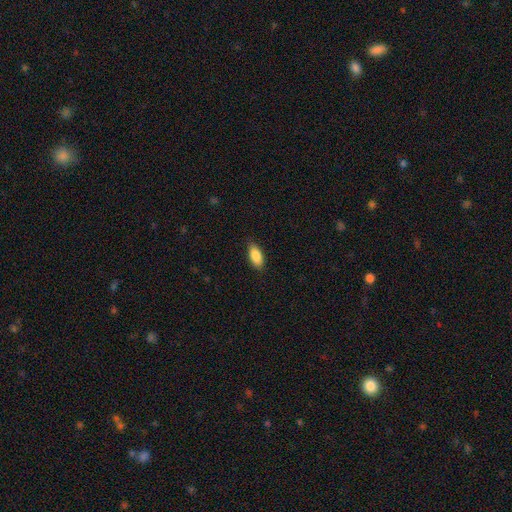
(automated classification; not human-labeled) This appears to be a smooth galaxy with no disk features (87%) that is in between round and cigar-shaped (87%). Merging: none (82%).